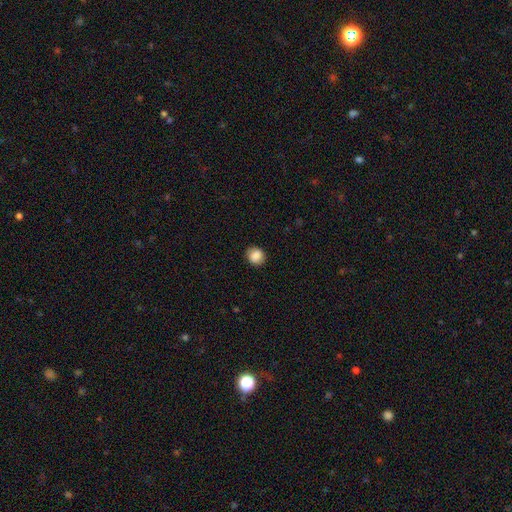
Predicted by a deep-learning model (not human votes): Smooth or featured? Predicted: smooth (p=0.86). How rounded? Predicted: round (p=0.82). Merging? Predicted: none (p=0.87).